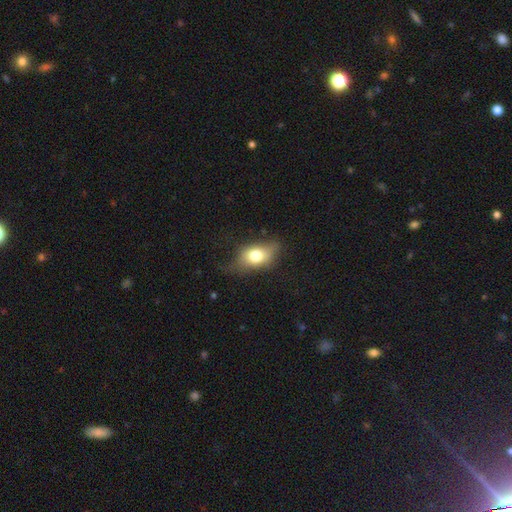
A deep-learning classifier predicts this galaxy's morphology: Smooth or featured: smooth — 72% (featured or disk — 19%)
How rounded: in between — 81% (round — 16%)
Merging: none — 54% (minor disturbance — 31%)